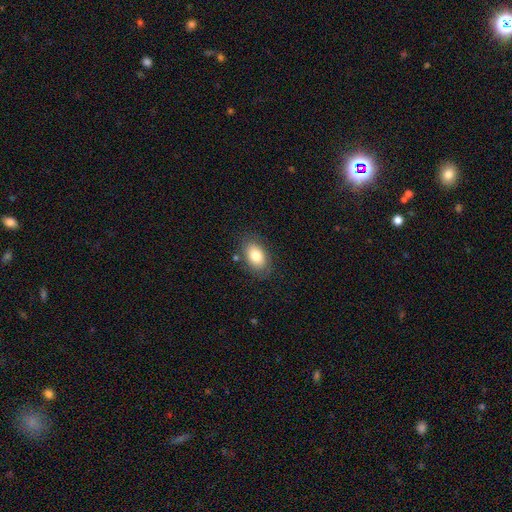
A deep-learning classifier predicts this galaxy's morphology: smooth 81%, featured or disk 11%, star or artifact 8%. Down the decision tree: how rounded — in between (89%); merging — none (79%).